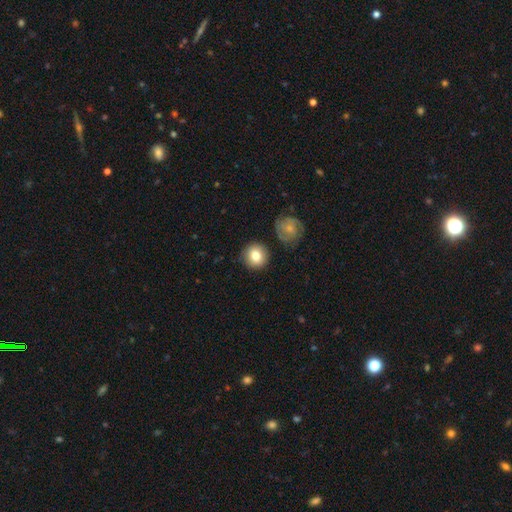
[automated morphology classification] Smooth or featured? smooth (78%)
How rounded? round (93%)
Merging? none (86%)